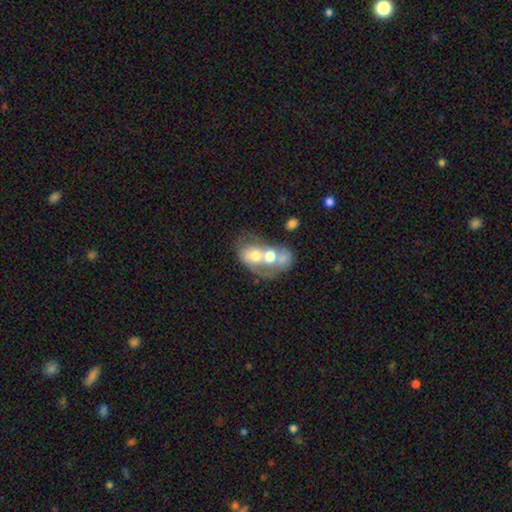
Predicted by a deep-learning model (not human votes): Smooth or featured?
  - smooth: 49% *
  - featured or disk: 42%
  - star or artifact: 9%
Merging?
  - merger: 72% *
  - none: 12%
  - major disturbance: 9%
  - minor disturbance: 7%